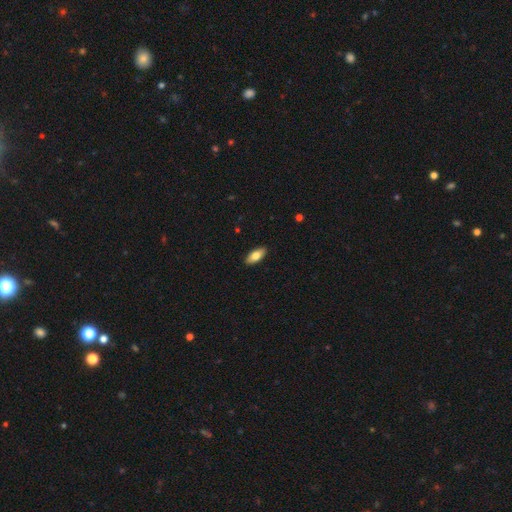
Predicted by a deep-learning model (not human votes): A smooth galaxy with no disk features (76%) that is in between round and cigar-shaped (83%).

Vote fractions:
- Smooth or featured? smooth: 76% / featured or disk: 17% / star or artifact: 6%
- How rounded? in between: 83% / cigar-shaped: 15% / round: 2%
- Merging? none: 90% / minor disturbance: 8% / major disturbance: 2% / merger: 1%